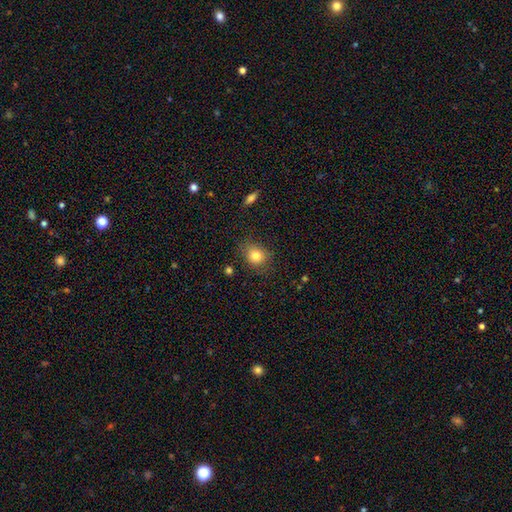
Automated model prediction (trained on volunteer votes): Smooth or featured?
  - smooth: 81% *
  - star or artifact: 11%
  - featured or disk: 8%
How rounded?
  - round: 67% *
  - in between: 32%
  - cigar-shaped: 1%
Merging?
  - none: 77% *
  - minor disturbance: 17%
  - major disturbance: 5%
  - merger: 2%